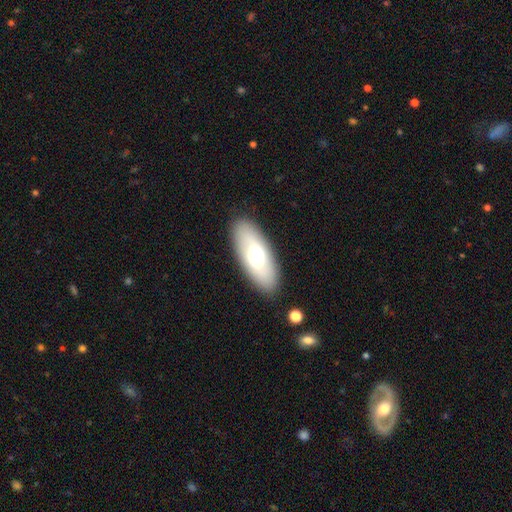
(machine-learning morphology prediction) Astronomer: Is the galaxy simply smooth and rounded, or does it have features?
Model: smooth — 61%.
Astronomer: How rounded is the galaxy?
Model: in between — 83%.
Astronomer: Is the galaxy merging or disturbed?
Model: none — 87%.